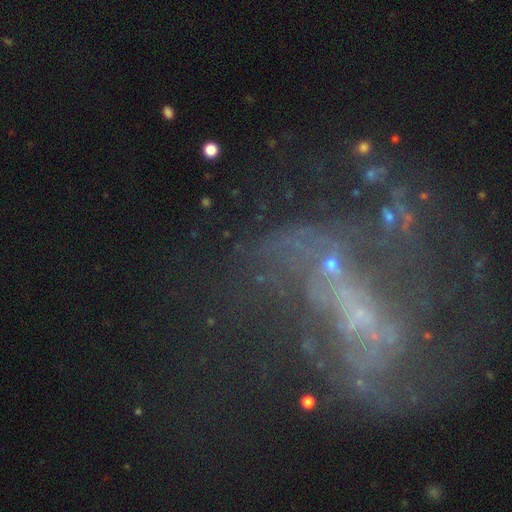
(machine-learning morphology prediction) Overall: featured or disk (60%; star or artifact 27%). Edge-on disk: no (95%). Bar: no (57%; weak 26%). Spiral arms: yes (52%; no 48%). Bulge size: none (48%; small 38%). Merging: none (41%; major disturbance 33%).